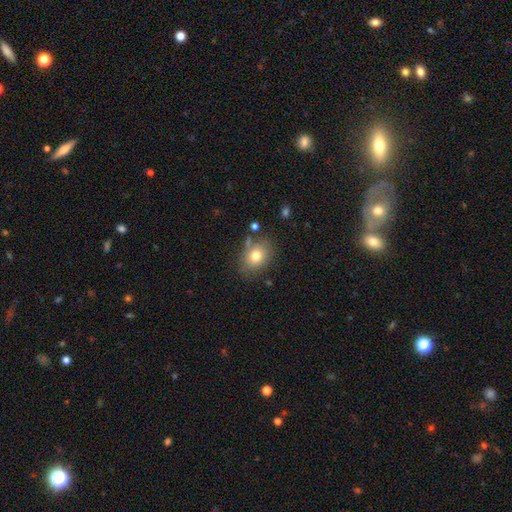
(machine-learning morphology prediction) A smooth galaxy with no disk features (76%) that is in between round and cigar-shaped (58%). Merging: none (72%).